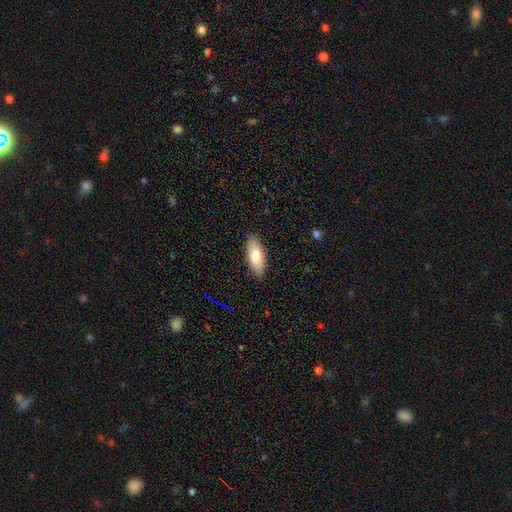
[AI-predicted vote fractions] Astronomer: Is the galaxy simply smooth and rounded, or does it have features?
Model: smooth — 75%.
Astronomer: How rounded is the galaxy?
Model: in between — 77%.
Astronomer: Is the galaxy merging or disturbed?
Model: none — 89%.